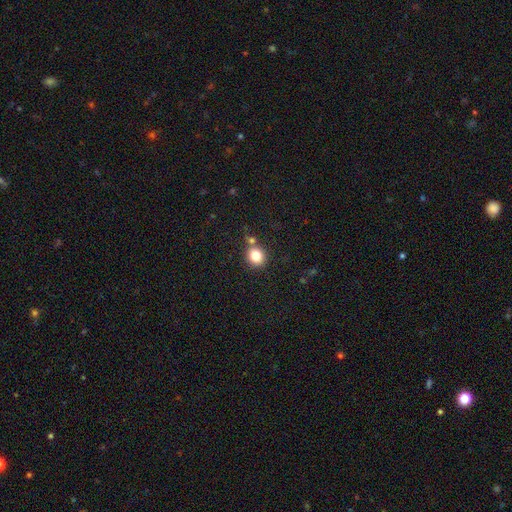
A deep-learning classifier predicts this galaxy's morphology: Smooth or featured? smooth (82%)
How rounded? round (82%)
Merging? none (75%)